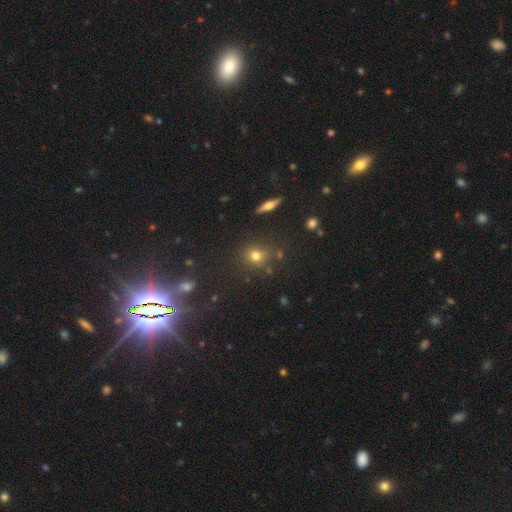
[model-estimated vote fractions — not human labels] Smooth or featured? smooth (69%)
How rounded? round (84%)
Merging? none (81%)